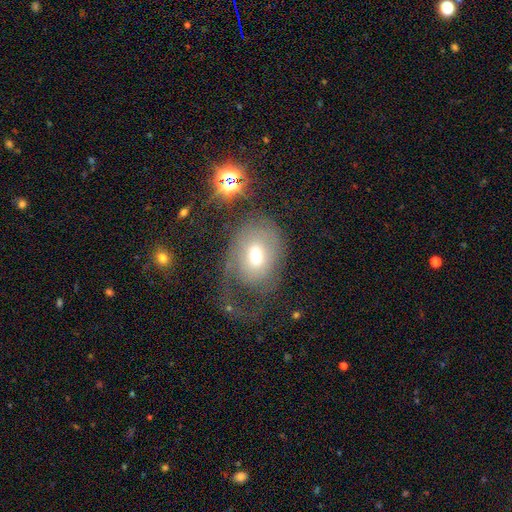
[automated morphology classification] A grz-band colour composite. It shows a smooth galaxy with no disk features (49%). Merging: major disturbance (47%).